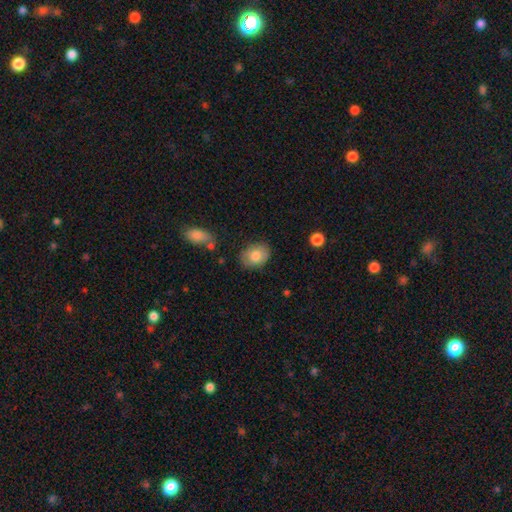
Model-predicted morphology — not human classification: Smooth or featured?
  - smooth: 79% *
  - featured or disk: 13%
  - star or artifact: 7%
How rounded?
  - in between: 66% *
  - round: 33%
  - cigar-shaped: 1%
Merging?
  - none: 81% *
  - minor disturbance: 14%
  - major disturbance: 3%
  - merger: 2%